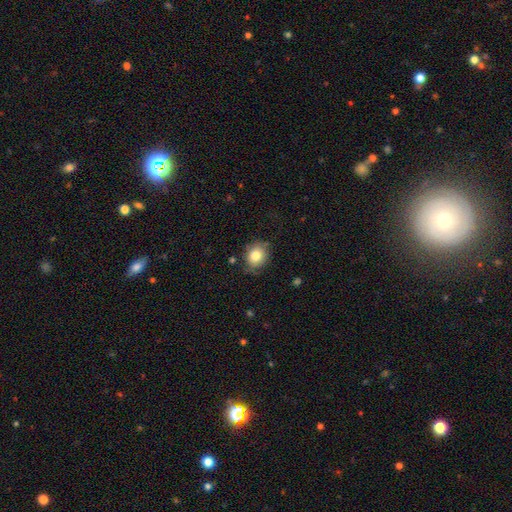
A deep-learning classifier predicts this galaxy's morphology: Smooth or featured? Predicted: smooth (p=0.81). How rounded? Predicted: round (p=0.63). Merging? Predicted: none (p=0.76).